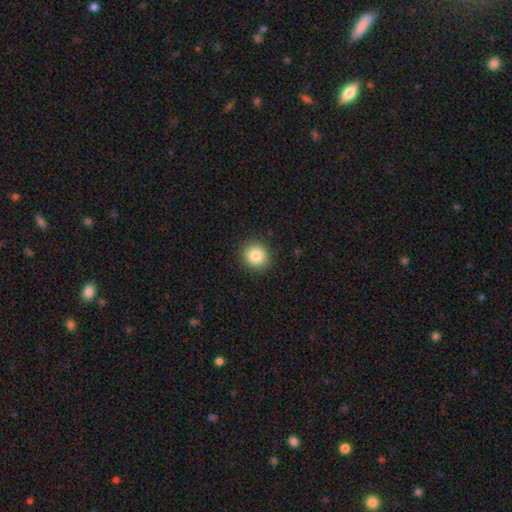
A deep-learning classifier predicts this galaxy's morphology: Q: Smooth or featured?
A: smooth (83%); runner-up: star or artifact (10%)
Q: How rounded?
A: round (88%); runner-up: in between (11%)
Q: Merging?
A: none (91%); runner-up: minor disturbance (6%)